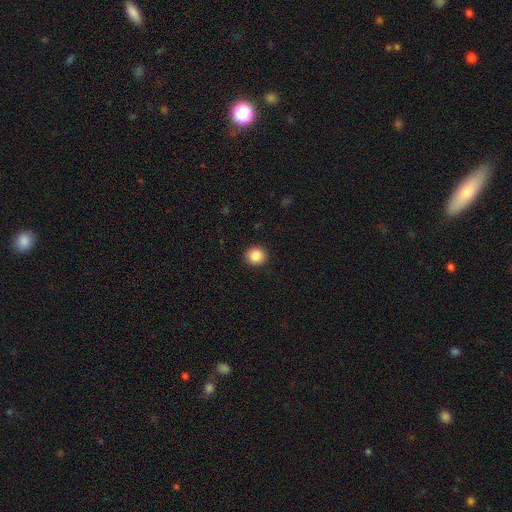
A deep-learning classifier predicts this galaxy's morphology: A smooth galaxy with no disk features (86%) that is round (91%). Merging: none (93%).